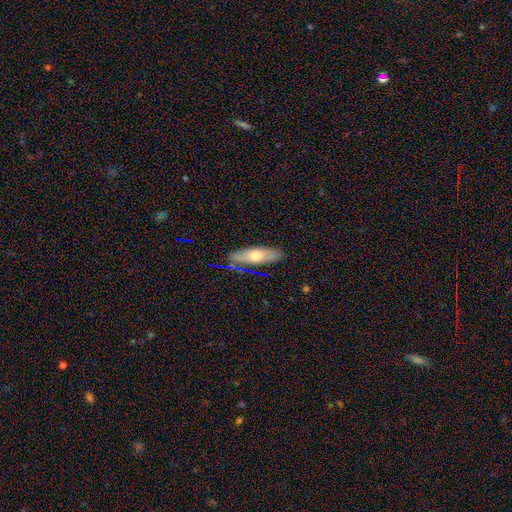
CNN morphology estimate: Smooth or featured? smooth (58%)
How rounded? in between (52%)
Merging? none (82%)